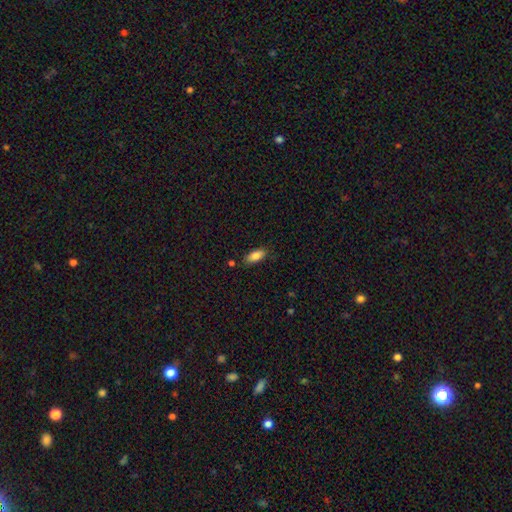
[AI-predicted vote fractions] A smooth galaxy with no disk features (84%) that is in between round and cigar-shaped (85%). Merging: none (82%).